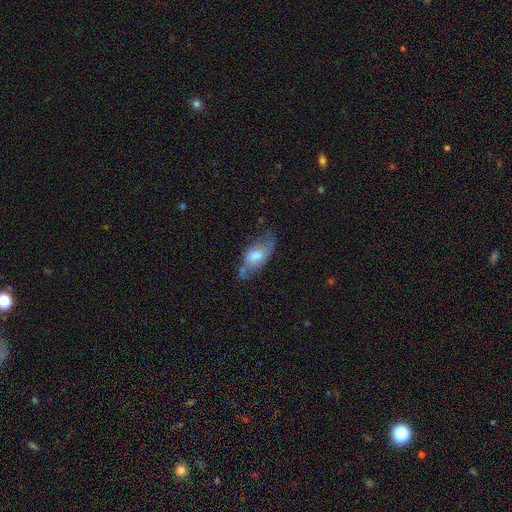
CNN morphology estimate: Smooth or featured? Predicted: smooth (p=0.52). How rounded? Predicted: in between (p=0.85). Merging? Predicted: none (p=0.53).